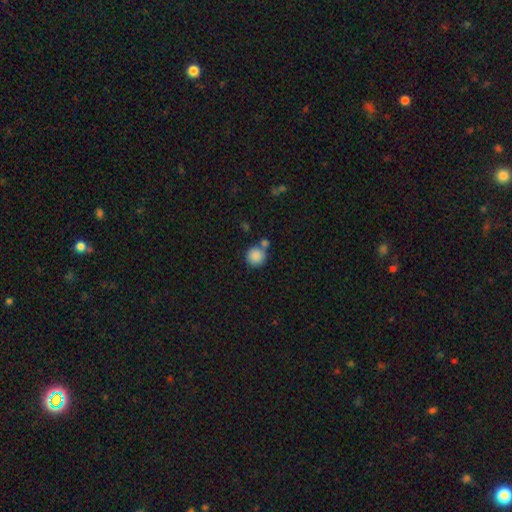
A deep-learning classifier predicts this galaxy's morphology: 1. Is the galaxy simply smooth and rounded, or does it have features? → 88% smooth, 8% star or artifact, 4% featured or disk.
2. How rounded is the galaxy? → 92% round, 7% in between, 1% cigar-shaped.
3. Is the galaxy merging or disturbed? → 63% none, 22% merger, 11% minor disturbance, 4% major disturbance.